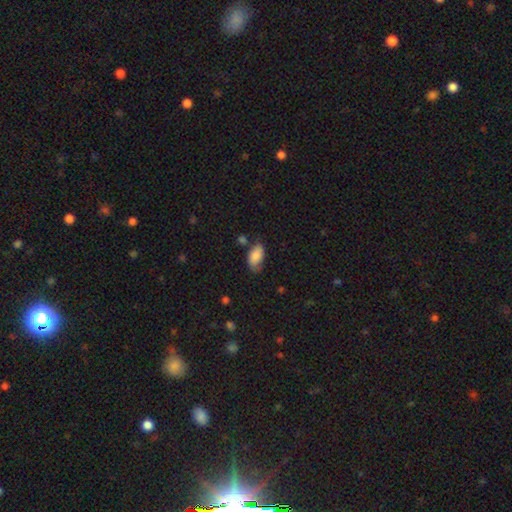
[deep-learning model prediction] Morphology: type=smooth (83%); roundness=in between (94%); merging=none (58%).